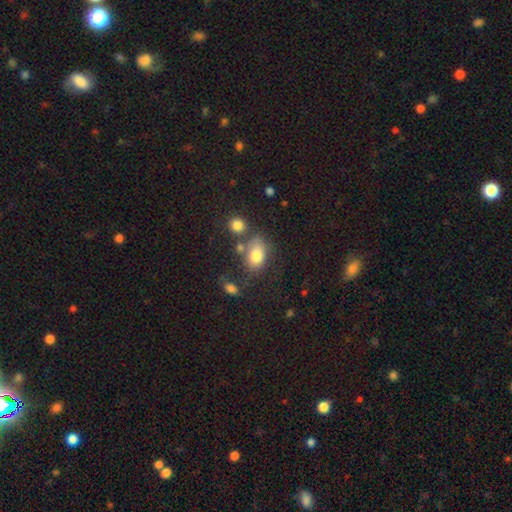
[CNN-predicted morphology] smooth-or-featured: smooth: 78% | featured or disk: 12% | star or artifact: 10%
  how-rounded: in between: 80% | round: 18% | cigar-shaped: 1%
  merging: none: 52% | minor disturbance: 22% | merger: 16% | major disturbance: 10%